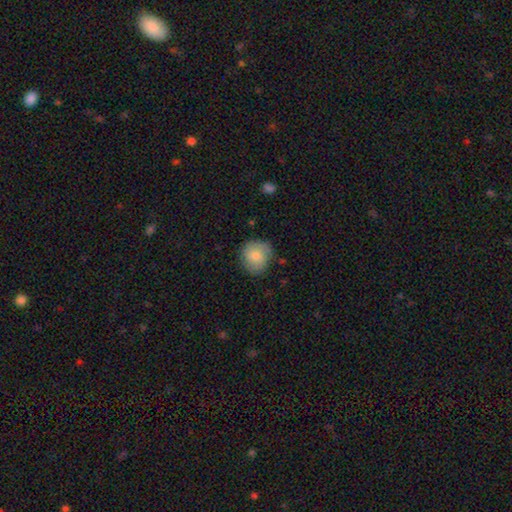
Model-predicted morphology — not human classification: Smooth or featured?
  - smooth: 70% *
  - featured or disk: 24%
  - star or artifact: 7%
How rounded?
  - round: 84% *
  - in between: 15%
  - cigar-shaped: 1%
Merging?
  - none: 74% *
  - minor disturbance: 19%
  - major disturbance: 5%
  - merger: 1%